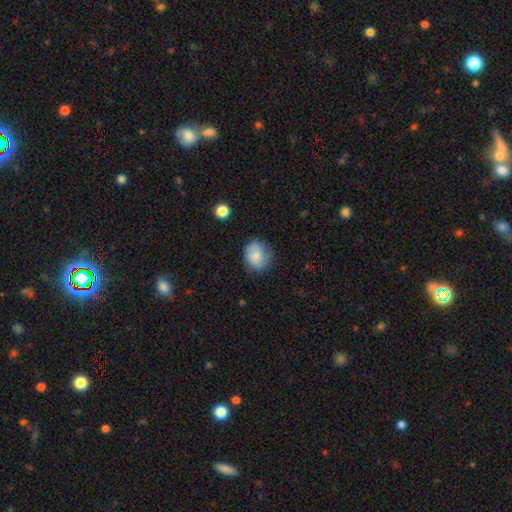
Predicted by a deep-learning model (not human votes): Smooth or featured? Predicted: smooth (p=0.77). How rounded? Predicted: round (p=0.71). Merging? Predicted: none (p=0.70).